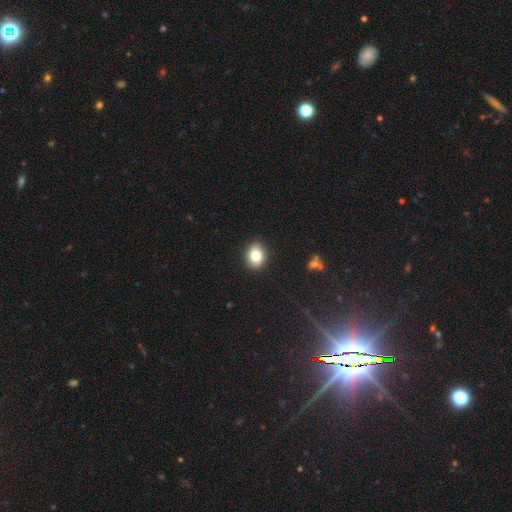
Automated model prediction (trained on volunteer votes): Q: Smooth or featured?
A: smooth (81%); runner-up: star or artifact (10%)
Q: How rounded?
A: in between (56%); runner-up: round (43%)
Q: Merging?
A: none (88%); runner-up: minor disturbance (9%)